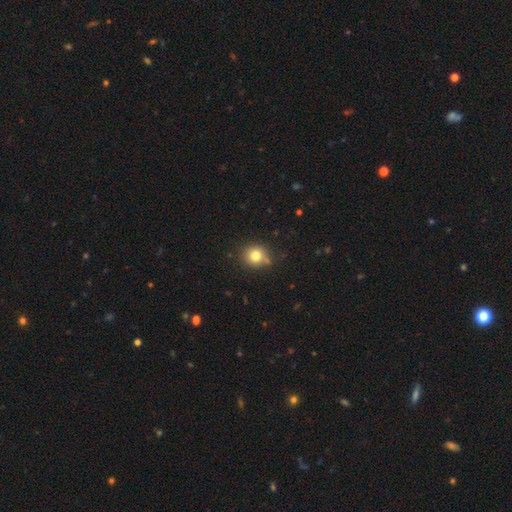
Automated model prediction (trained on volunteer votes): Smooth or featured? Predicted: smooth (p=0.80). How rounded? Predicted: round (p=0.84). Merging? Predicted: none (p=0.79).